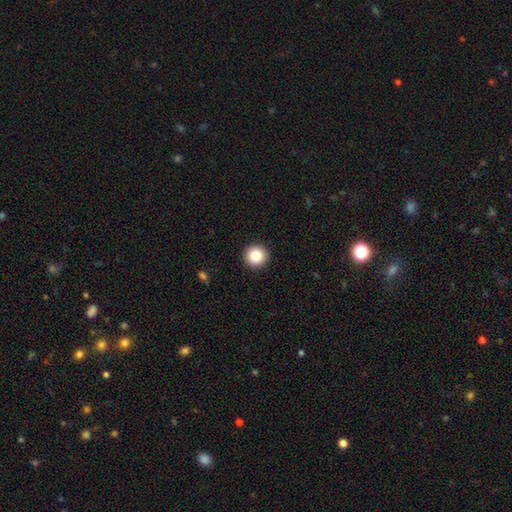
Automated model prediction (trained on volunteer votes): Q: Smooth or featured?
A: smooth (85%); runner-up: star or artifact (9%)
Q: How rounded?
A: round (96%); runner-up: in between (3%)
Q: Merging?
A: none (93%); runner-up: minor disturbance (4%)